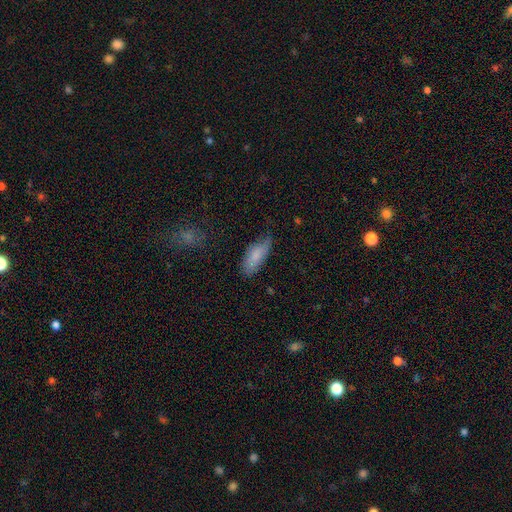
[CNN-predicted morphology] A smooth galaxy with no disk features (81%) that is in between round and cigar-shaped (79%).

Vote fractions:
- Smooth or featured? smooth: 81% / featured or disk: 12% / star or artifact: 6%
- How rounded? in between: 79% / cigar-shaped: 19% / round: 2%
- Merging? none: 58% / minor disturbance: 33% / major disturbance: 7% / merger: 2%